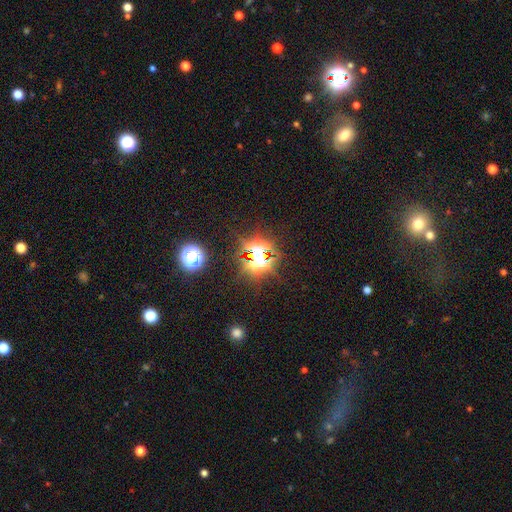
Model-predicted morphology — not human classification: This appears to be a star or artifact, not a galaxy (70%).